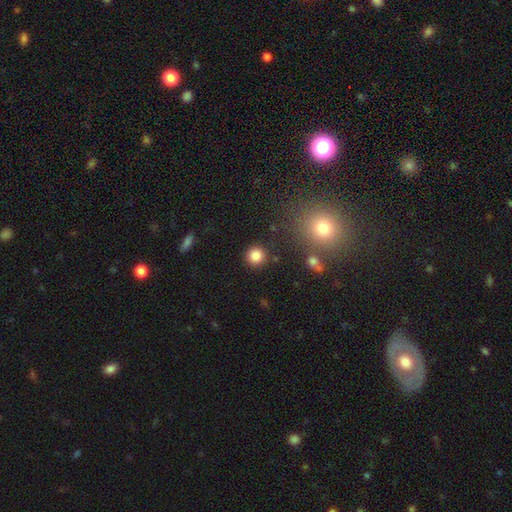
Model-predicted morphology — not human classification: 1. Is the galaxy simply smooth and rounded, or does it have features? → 84% smooth, 11% star or artifact, 5% featured or disk.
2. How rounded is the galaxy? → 93% round, 6% in between, 1% cigar-shaped.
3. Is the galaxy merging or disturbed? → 88% none, 6% minor disturbance, 3% merger, 3% major disturbance.